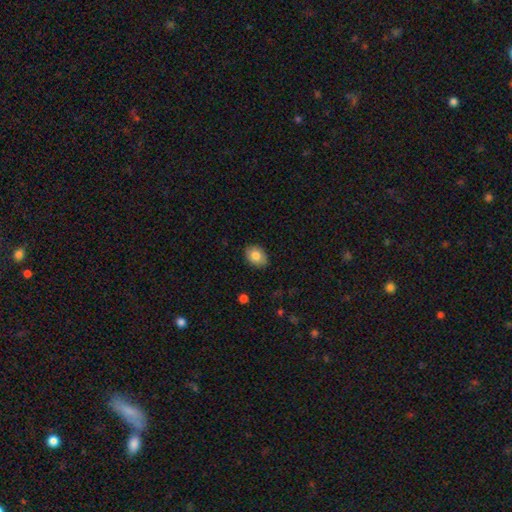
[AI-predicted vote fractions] Smooth or featured? Predicted: smooth (p=0.82). How rounded? Predicted: in between (p=0.67). Merging? Predicted: none (p=0.88).